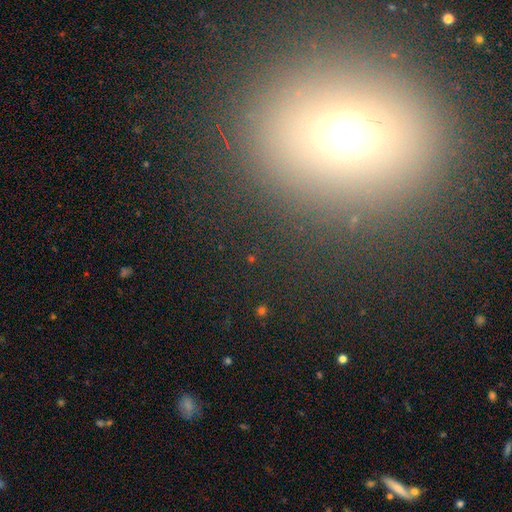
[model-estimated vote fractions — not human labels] Smooth or featured? Predicted: smooth (p=0.61). How rounded? Predicted: round (p=0.62). Merging? Predicted: none (p=0.86).